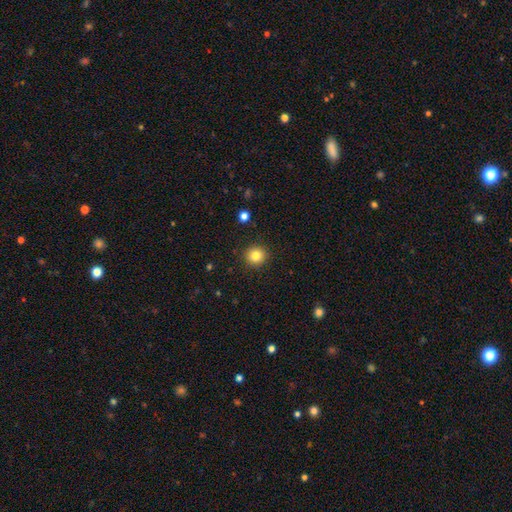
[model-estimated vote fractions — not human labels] Q: Smooth or featured?
A: smooth (83%); runner-up: star or artifact (11%)
Q: How rounded?
A: round (93%); runner-up: in between (6%)
Q: Merging?
A: none (92%); runner-up: minor disturbance (5%)